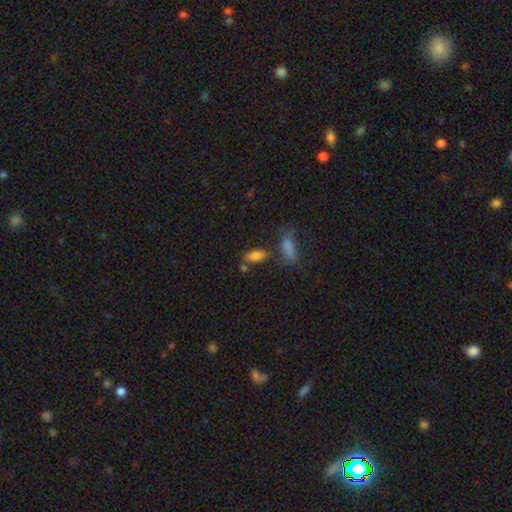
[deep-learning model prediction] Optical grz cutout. It shows a smooth galaxy with no disk features (78%) that is in between round and cigar-shaped (83%). Merging: none (55%).